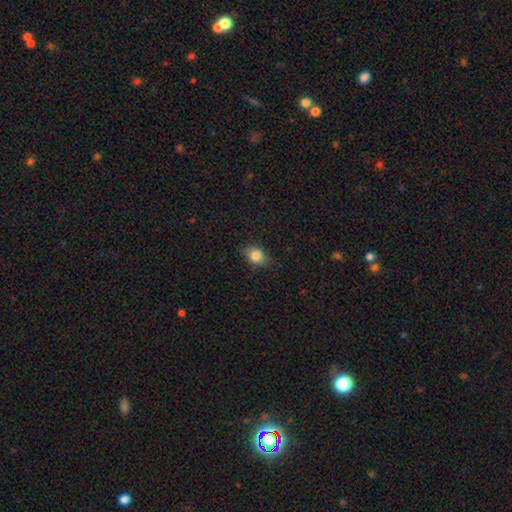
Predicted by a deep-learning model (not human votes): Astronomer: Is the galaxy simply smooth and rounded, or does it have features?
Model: smooth — 81%.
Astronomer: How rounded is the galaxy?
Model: in between — 71%.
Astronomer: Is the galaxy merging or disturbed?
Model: none — 80%.